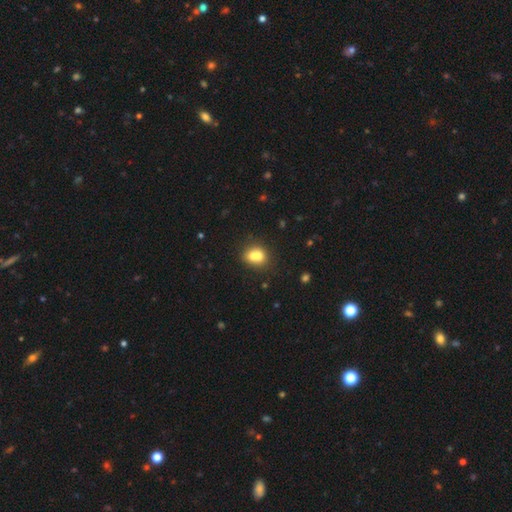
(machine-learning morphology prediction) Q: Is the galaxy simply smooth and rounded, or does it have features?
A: smooth — 69%.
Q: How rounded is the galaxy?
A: round — 59%.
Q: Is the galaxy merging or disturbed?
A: merger — 54%.